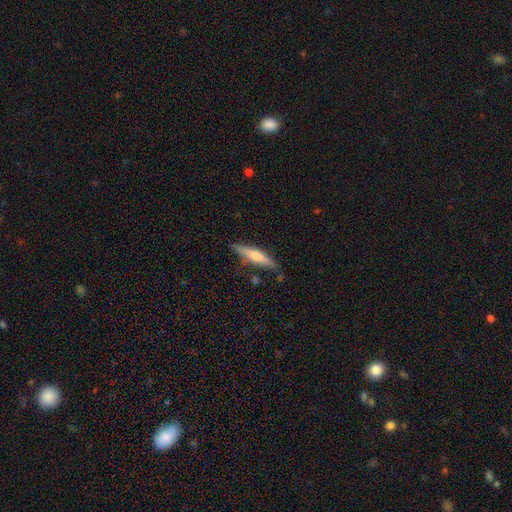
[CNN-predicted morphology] Smooth or featured?
  - featured or disk: 50% *
  - smooth: 43%
  - star or artifact: 6%
Edge-on disk?
  - yes: 94% *
  - no: 6%
Merging?
  - none: 82% *
  - minor disturbance: 13%
  - major disturbance: 2%
  - merger: 2%